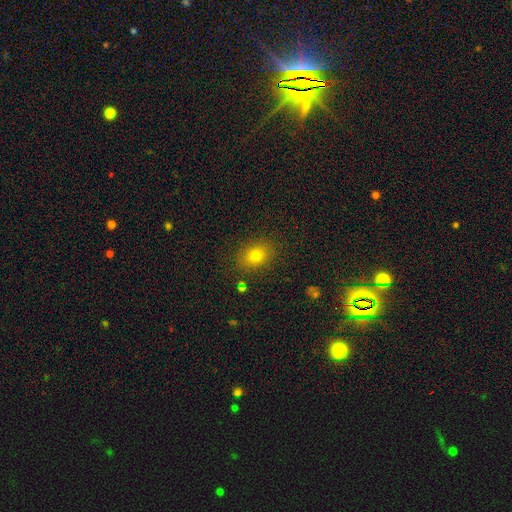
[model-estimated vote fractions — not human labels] Smooth or featured?
  - smooth: 77% *
  - star or artifact: 14%
  - featured or disk: 9%
How rounded?
  - in between: 57% *
  - round: 42%
  - cigar-shaped: 1%
Merging?
  - none: 86% *
  - minor disturbance: 9%
  - major disturbance: 3%
  - merger: 2%